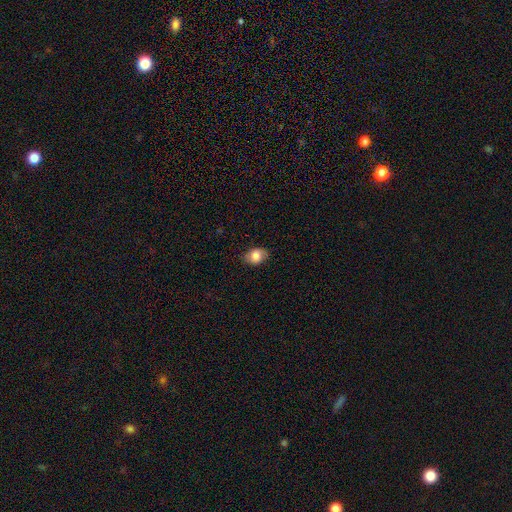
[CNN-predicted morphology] This appears to be a smooth galaxy with no disk features (81%) that is in between round and cigar-shaped (72%). Merging: none (80%).